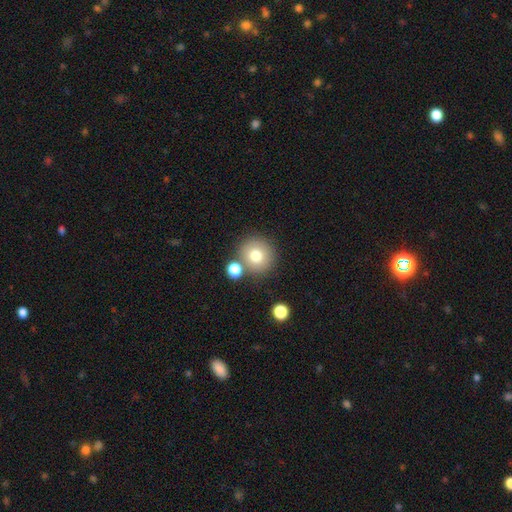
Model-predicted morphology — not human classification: Smooth or featured?
  - smooth: 77% *
  - featured or disk: 12%
  - star or artifact: 11%
How rounded?
  - round: 92% *
  - in between: 8%
  - cigar-shaped: 1%
Merging?
  - none: 76% *
  - merger: 12%
  - minor disturbance: 9%
  - major disturbance: 3%